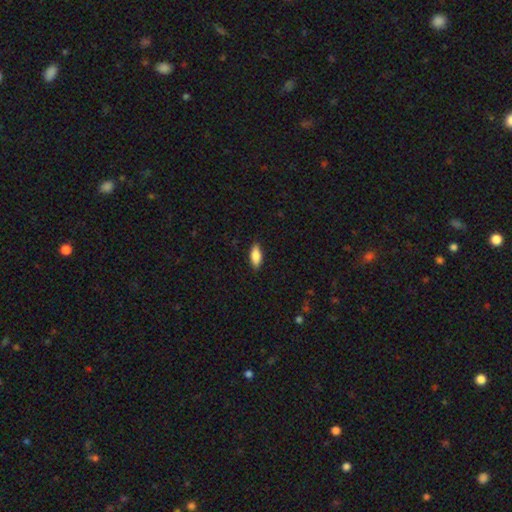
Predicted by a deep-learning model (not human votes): Q: Smooth or featured?
A: smooth (82%); runner-up: featured or disk (12%)
Q: How rounded?
A: in between (76%); runner-up: cigar-shaped (21%)
Q: Merging?
A: none (88%); runner-up: minor disturbance (9%)